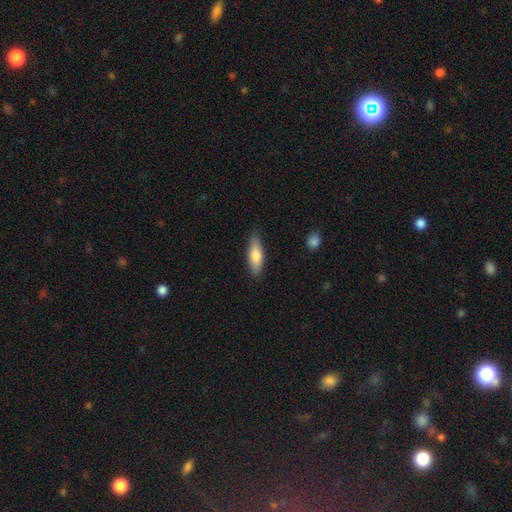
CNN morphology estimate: type=smooth (75%); roundness=in between (56%); merging=none (83%).